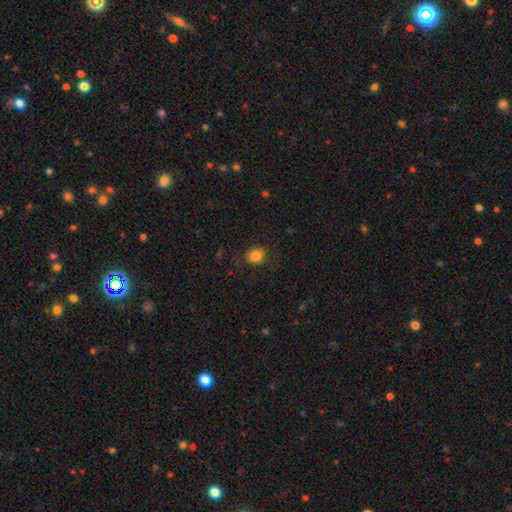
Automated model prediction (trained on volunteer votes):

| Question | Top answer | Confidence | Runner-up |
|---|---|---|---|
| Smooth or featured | smooth | 84% | star or artifact (11%) |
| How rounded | round | 69% | in between (30%) |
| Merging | none | 84% | minor disturbance (11%) |